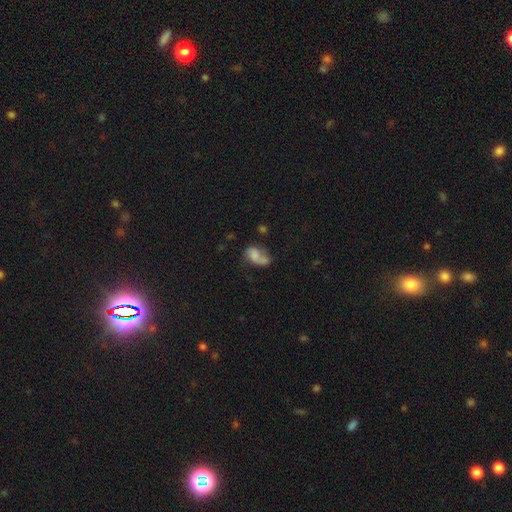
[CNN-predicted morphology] smooth 61%, featured or disk 28%, star or artifact 11%. Down the decision tree: how rounded — in between (84%); merging — none (32%).